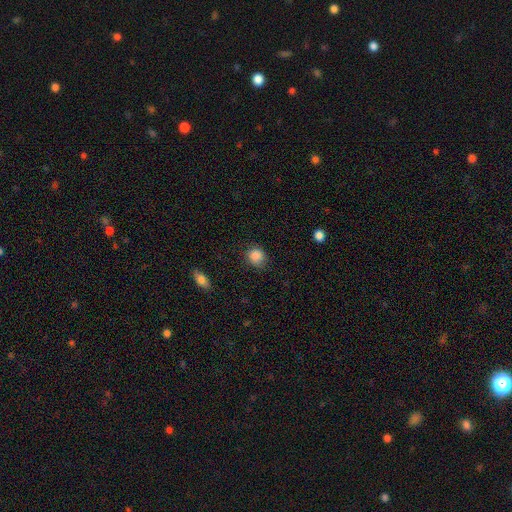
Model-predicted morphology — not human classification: A smooth galaxy with no disk features (87%) that is round (80%). Merging: none (78%).